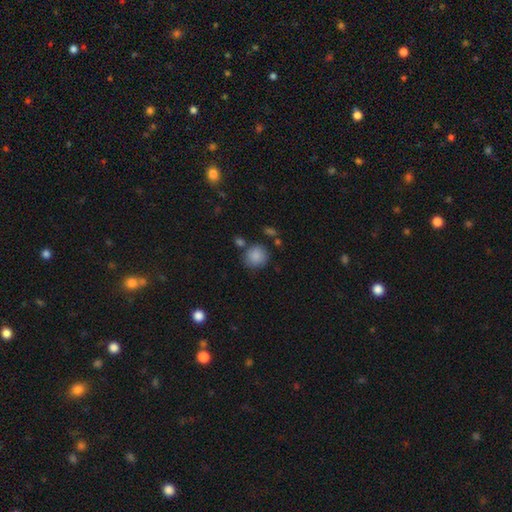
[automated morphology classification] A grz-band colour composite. It shows a smooth galaxy with no disk features (87%) that is round (89%). Merging: none (76%).